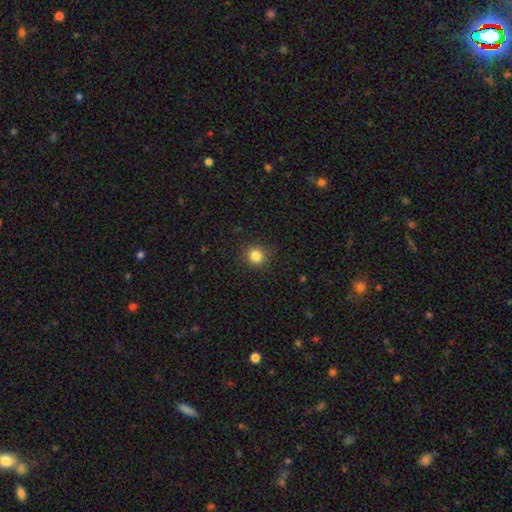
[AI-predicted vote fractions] Smooth or featured? Predicted: smooth (p=0.84). How rounded? Predicted: round (p=0.90). Merging? Predicted: none (p=0.89).